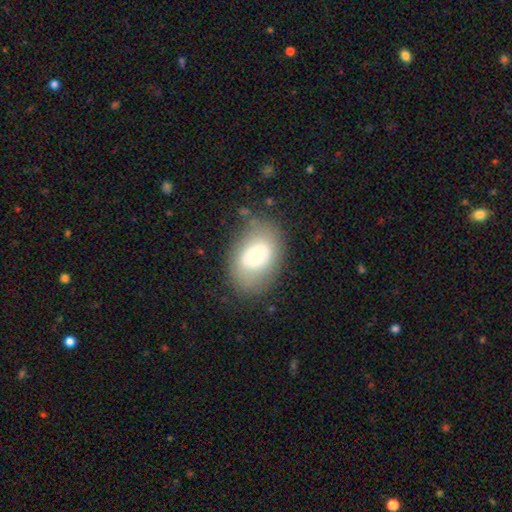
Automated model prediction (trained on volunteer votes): Overall: featured or disk (47%; smooth 46%). Merging: none (72%).